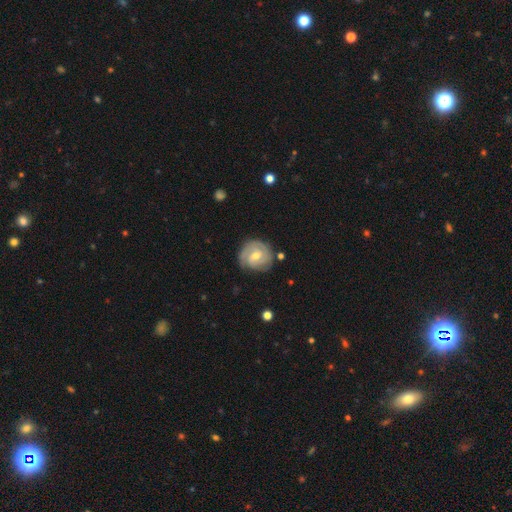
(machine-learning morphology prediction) A featured or disk galaxy (77%) with no bar (51%), 2 (43%) tight (68%) spiral arms (92%) and a moderate central bulge (60%). Merging: none (75%).